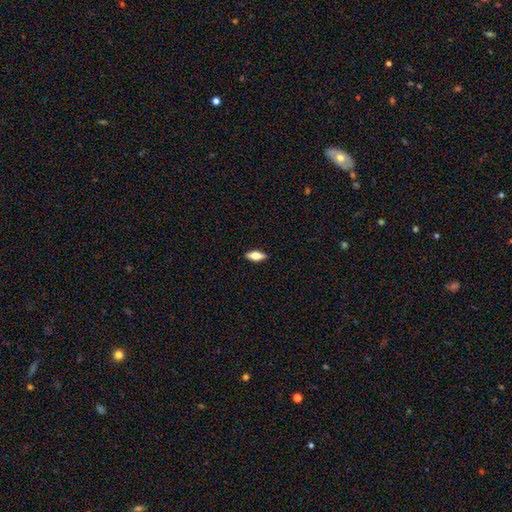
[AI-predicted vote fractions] Morphology: type=smooth (63%); roundness=in between (74%); merging=none (89%).